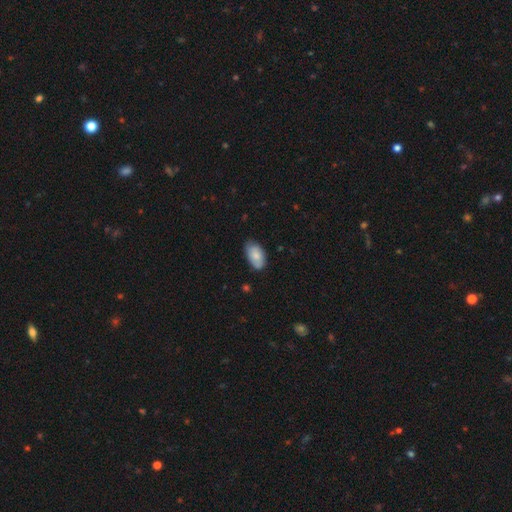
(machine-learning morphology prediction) smooth_or_featured: smooth (p=0.81) [alt: featured or disk p=0.13]
how_rounded: in between (p=0.94) [alt: round p=0.04]
merging: none (p=0.72) [alt: minor disturbance p=0.24]